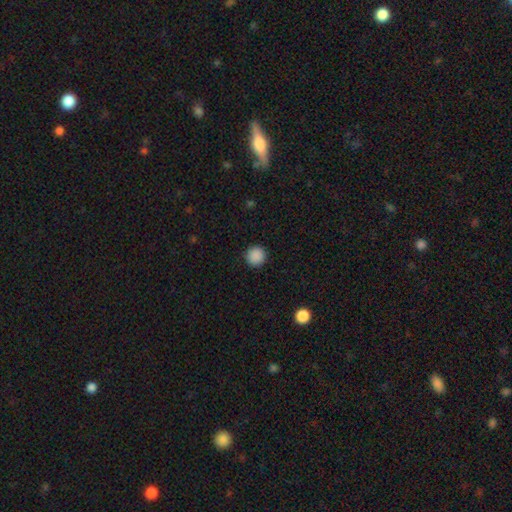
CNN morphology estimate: Overall: smooth (89%). How rounded: round (95%). Merging: none (92%).